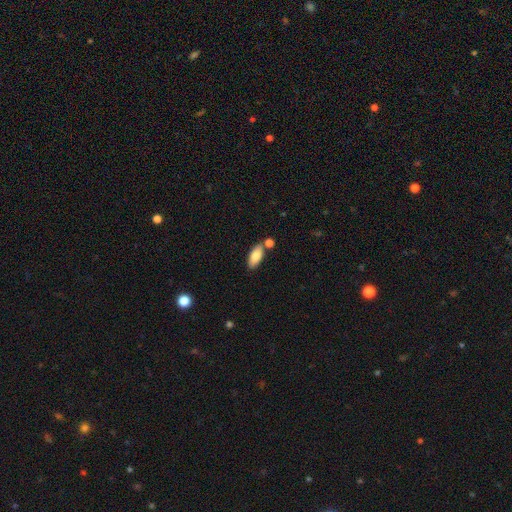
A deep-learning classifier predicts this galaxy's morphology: This appears to be a smooth galaxy with no disk features (78%) that is in between round and cigar-shaped (83%). Merging: none (73%).